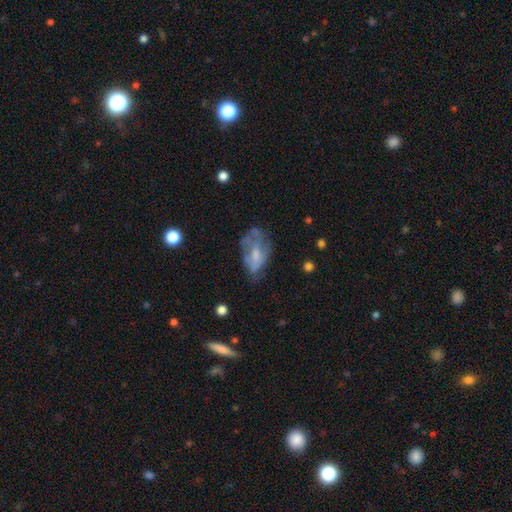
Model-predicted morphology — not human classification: Smooth or featured? Predicted: featured or disk (p=0.50). Edge-on disk? Predicted: no (p=0.93). Merging? Predicted: none (p=0.41).